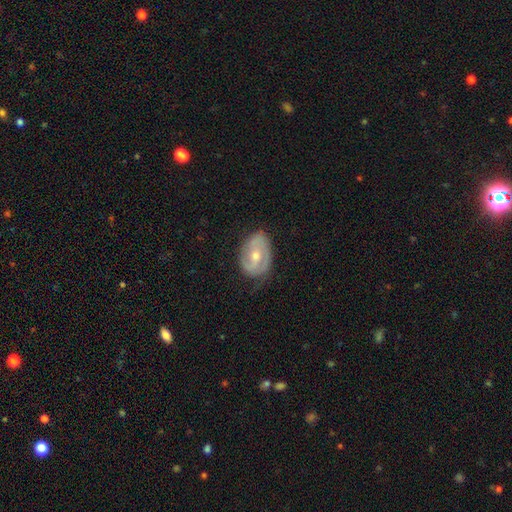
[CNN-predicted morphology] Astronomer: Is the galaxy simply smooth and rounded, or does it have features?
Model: featured or disk — 72%.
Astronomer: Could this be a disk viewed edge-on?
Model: no — 96%.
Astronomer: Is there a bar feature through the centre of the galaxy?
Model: no — 47% (runner-up: weak, 41%).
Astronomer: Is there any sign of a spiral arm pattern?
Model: yes — 83%.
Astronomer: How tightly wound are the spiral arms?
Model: tight — 45% (runner-up: medium, 39%).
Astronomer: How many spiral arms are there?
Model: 2 — 67%.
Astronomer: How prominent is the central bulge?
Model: moderate — 63%.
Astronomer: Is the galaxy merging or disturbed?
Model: none — 66%.